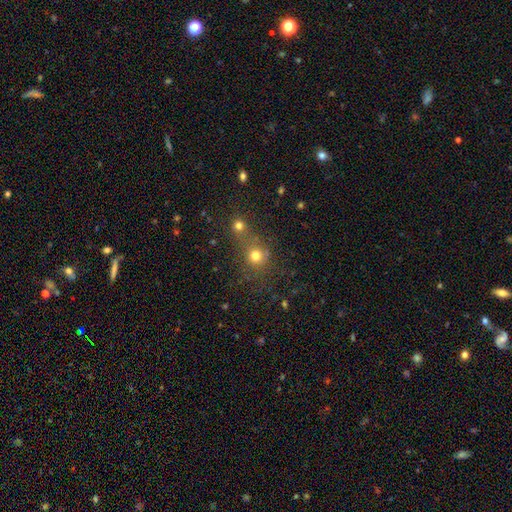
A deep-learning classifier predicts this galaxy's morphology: This is likely a smooth galaxy (73%). How rounded: clearly round (88%). Merging: possibly none (52%).